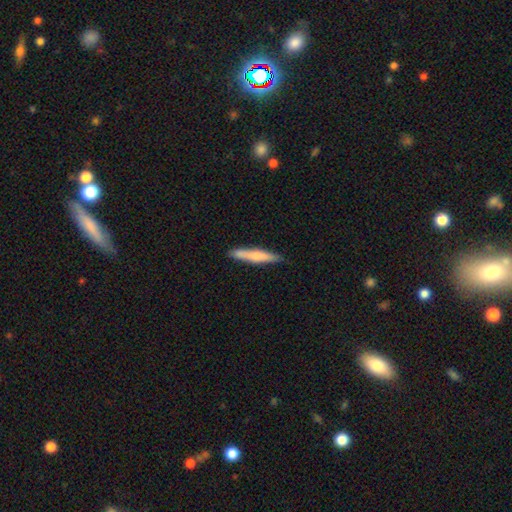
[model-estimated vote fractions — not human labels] Smooth or featured? Predicted: smooth (p=0.64). How rounded? Predicted: cigar-shaped (p=0.92). Merging? Predicted: none (p=0.87).